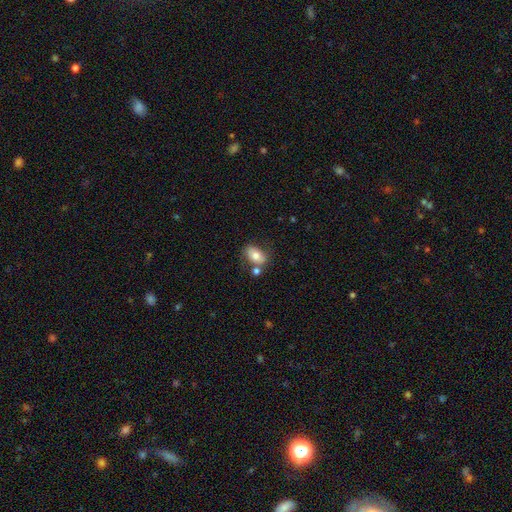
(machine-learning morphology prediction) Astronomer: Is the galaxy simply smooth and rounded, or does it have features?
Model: smooth — 72%.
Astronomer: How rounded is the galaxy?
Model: in between — 86%.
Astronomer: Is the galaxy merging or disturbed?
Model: none — 58%.